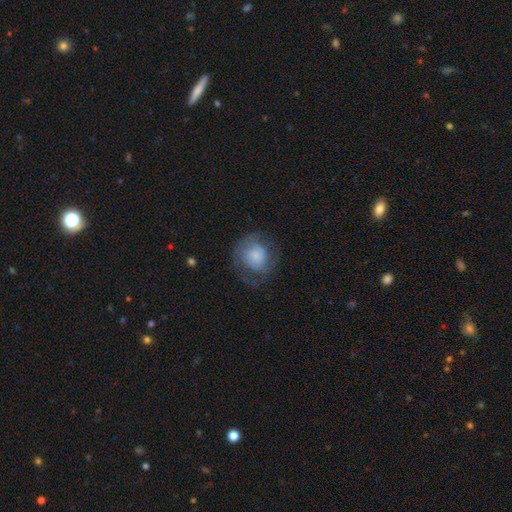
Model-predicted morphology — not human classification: Smooth or featured?
  - smooth: 52% *
  - featured or disk: 40%
  - star or artifact: 8%
How rounded?
  - round: 81% *
  - in between: 18%
  - cigar-shaped: 1%
Merging?
  - none: 60% *
  - minor disturbance: 21%
  - major disturbance: 18%
  - merger: 1%